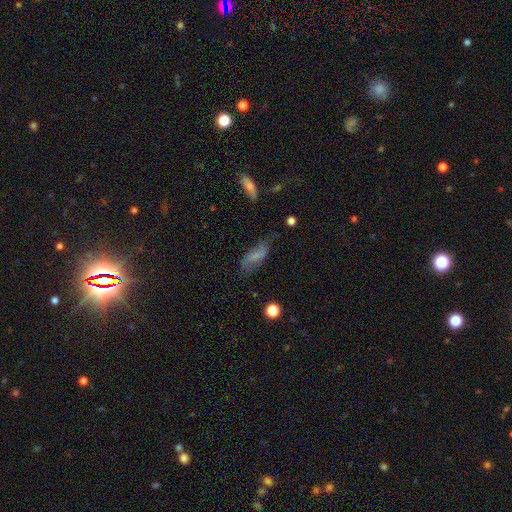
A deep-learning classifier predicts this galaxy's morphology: This appears to be a smooth galaxy with no disk features (52%) that is in between round and cigar-shaped (71%). Merging: none (62%).